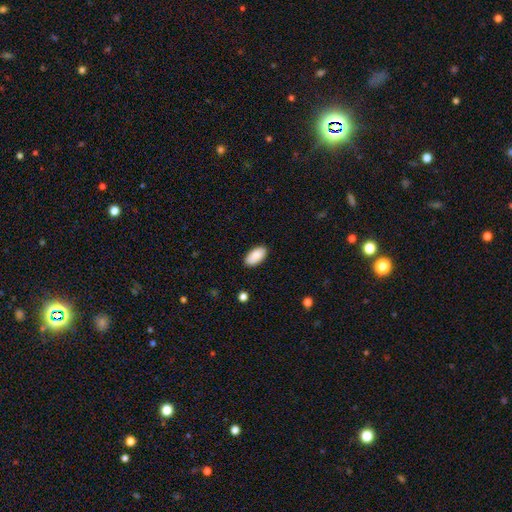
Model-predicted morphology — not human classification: type=smooth (88%); roundness=in between (95%); merging=none (88%).